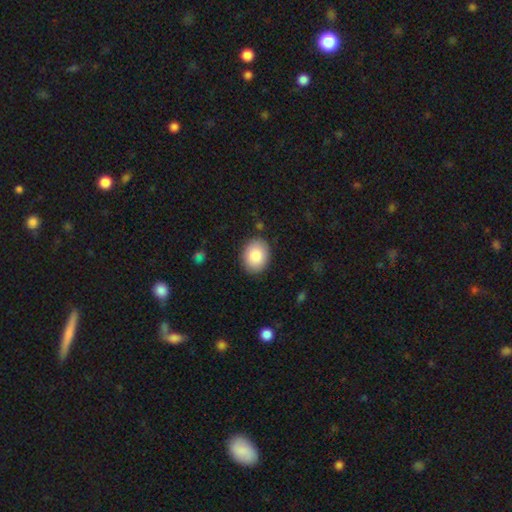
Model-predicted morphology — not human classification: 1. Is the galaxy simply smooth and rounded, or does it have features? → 87% smooth, 7% star or artifact, 6% featured or disk.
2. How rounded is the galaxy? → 57% in between, 42% round, 1% cigar-shaped.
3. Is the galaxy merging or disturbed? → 88% none, 9% minor disturbance, 2% major disturbance, 1% merger.